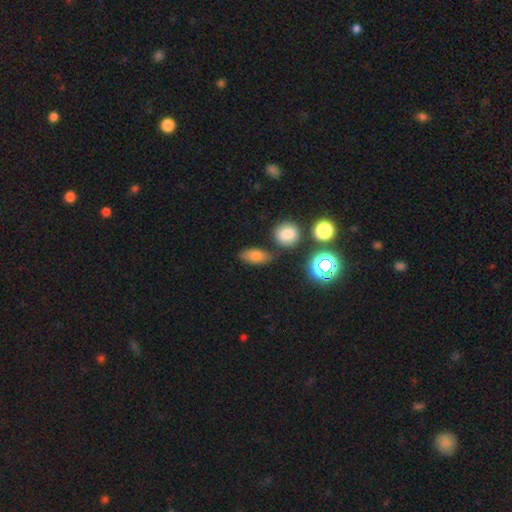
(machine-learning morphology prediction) Smooth or featured? smooth (74%)
How rounded? in between (83%)
Merging? none (76%)